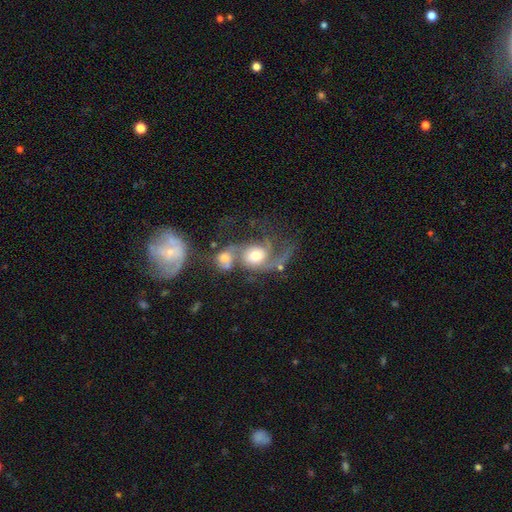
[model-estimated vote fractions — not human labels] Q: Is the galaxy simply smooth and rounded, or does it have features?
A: featured or disk — 66%.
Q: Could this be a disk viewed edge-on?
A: no — 97%.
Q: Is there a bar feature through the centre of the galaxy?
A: no — 75%.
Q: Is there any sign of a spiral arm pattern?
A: yes — 85%.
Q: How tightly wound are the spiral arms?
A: loose — 51%.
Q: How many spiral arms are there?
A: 2 — 41%.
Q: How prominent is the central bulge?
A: moderate — 55%.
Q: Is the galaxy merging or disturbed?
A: merger — 58%.